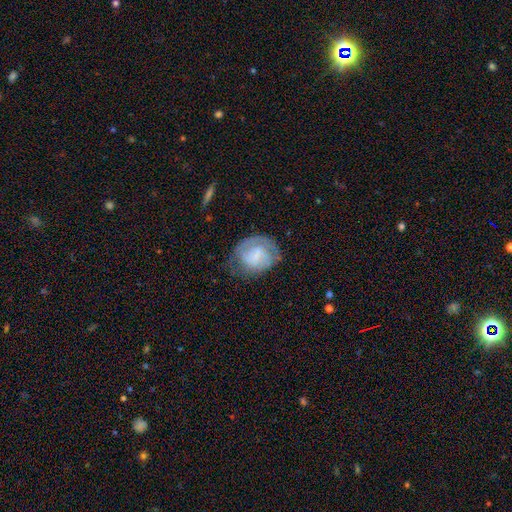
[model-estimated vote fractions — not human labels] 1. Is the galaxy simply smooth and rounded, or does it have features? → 53% featured or disk, 40% smooth, 8% star or artifact.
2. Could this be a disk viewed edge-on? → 97% no, 3% yes.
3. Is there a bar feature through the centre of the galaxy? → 45% weak, 41% no, 14% strong.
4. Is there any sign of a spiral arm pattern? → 74% yes, 26% no.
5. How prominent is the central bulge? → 39% none, 33% small, 19% moderate, 7% large, 2% dominant.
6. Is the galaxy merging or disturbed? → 52% none, 28% minor disturbance, 17% major disturbance, 2% merger.